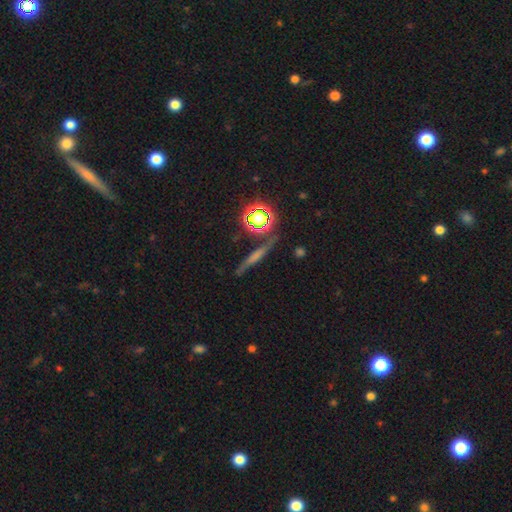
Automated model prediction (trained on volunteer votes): Smooth or featured?
  - featured or disk: 47% *
  - smooth: 29%
  - star or artifact: 24%
Merging?
  - none: 78% *
  - minor disturbance: 13%
  - merger: 5%
  - major disturbance: 4%